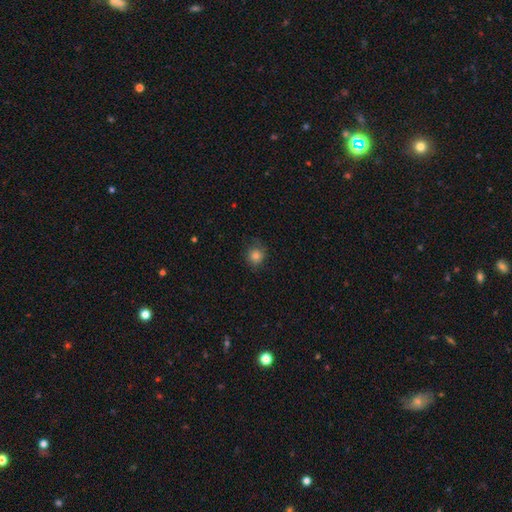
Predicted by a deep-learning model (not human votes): A smooth galaxy with no disk features (81%) that is round (86%).

Vote fractions:
- Smooth or featured? smooth: 81% / star or artifact: 11% / featured or disk: 8%
- How rounded? round: 86% / in between: 13% / cigar-shaped: 1%
- Merging? none: 73% / minor disturbance: 19% / major disturbance: 6% / merger: 1%